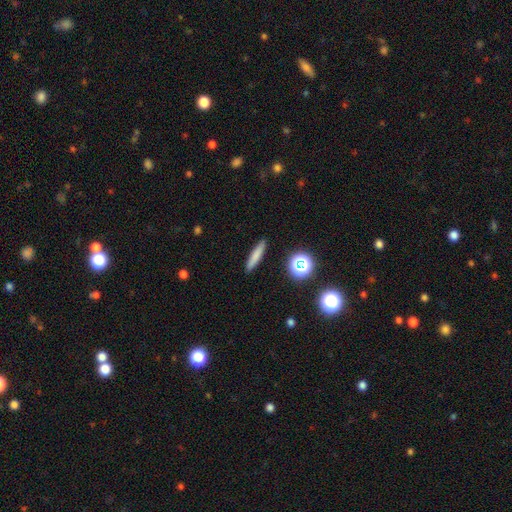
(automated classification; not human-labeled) smooth-or-featured: smooth: 74% | featured or disk: 15% | star or artifact: 11%
  how-rounded: cigar-shaped: 88% | in between: 9% | round: 3%
  merging: none: 90% | minor disturbance: 6% | major disturbance: 2% | merger: 2%